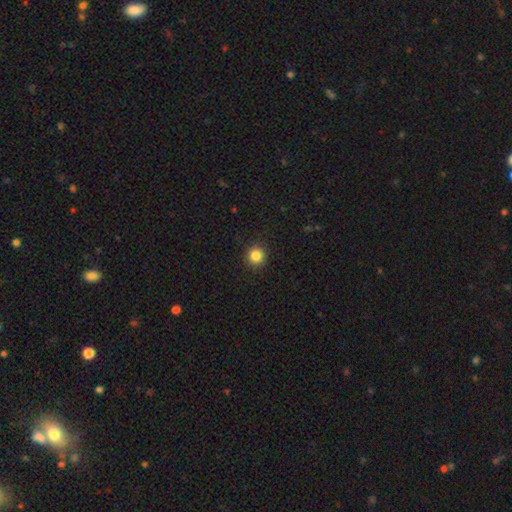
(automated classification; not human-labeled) This appears to be a smooth galaxy with no disk features (84%) that is round (93%). Merging: none (92%).